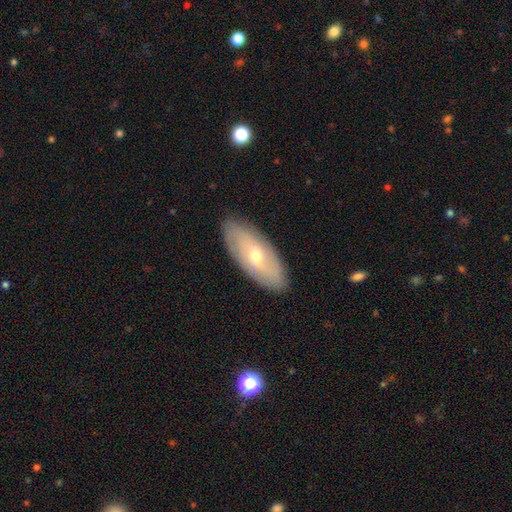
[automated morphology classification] Smooth or featured?
  - featured or disk: 59% *
  - smooth: 35%
  - star or artifact: 6%
Edge-on disk?
  - no: 84% *
  - yes: 16%
Merging?
  - none: 87% *
  - minor disturbance: 10%
  - major disturbance: 2%
  - merger: 1%